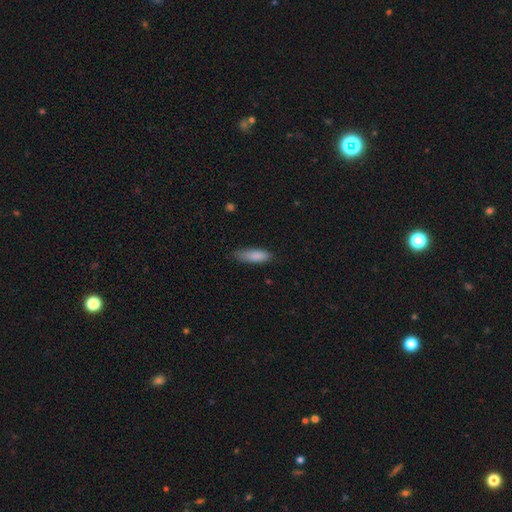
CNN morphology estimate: A smooth galaxy with no disk features (87%) that is in between round and cigar-shaped (60%). Merging: none (68%).